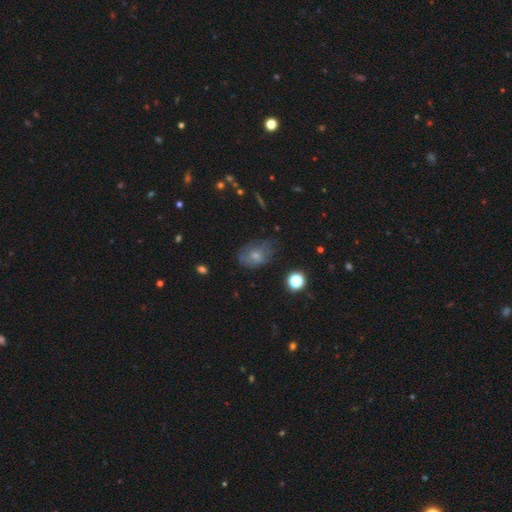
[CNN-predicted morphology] Overall: smooth (59%; featured or disk 28%). How rounded: in between (71%). Merging: none (50%; minor disturbance 31%).